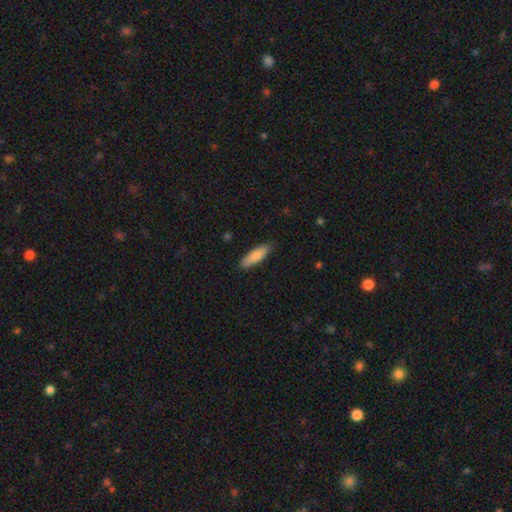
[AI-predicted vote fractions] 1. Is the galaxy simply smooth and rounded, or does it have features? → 83% smooth, 12% featured or disk, 6% star or artifact.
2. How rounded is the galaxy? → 59% cigar-shaped, 40% in between, 2% round.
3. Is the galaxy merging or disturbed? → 86% none, 11% minor disturbance, 2% major disturbance, 1% merger.